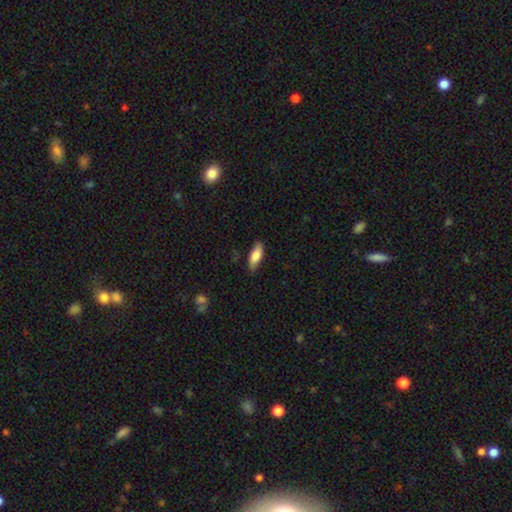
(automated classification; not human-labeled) Overall: smooth (82%). How rounded: in between (72%). Merging: none (80%).